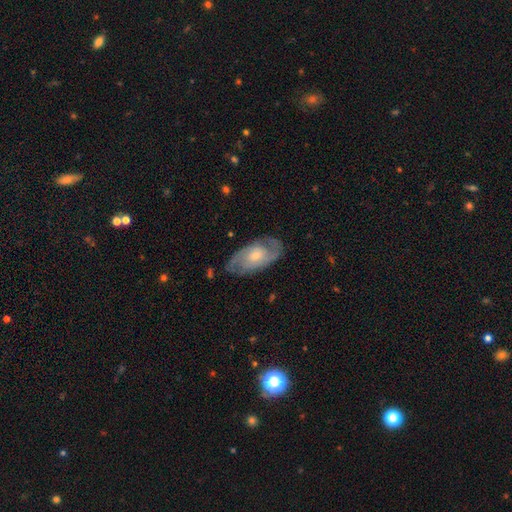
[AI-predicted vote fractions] This appears to be a featured or disk galaxy (74%) with no bar (67%), 2 (70%) medium (43%) spiral arms (89%) and a moderate central bulge (47%). Merging: none (75%).